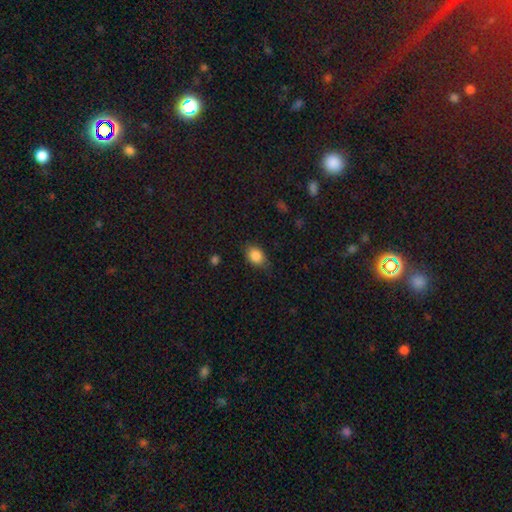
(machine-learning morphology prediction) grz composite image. It shows a smooth galaxy with no disk features (86%) that is in between round and cigar-shaped (71%). Merging: none (75%).